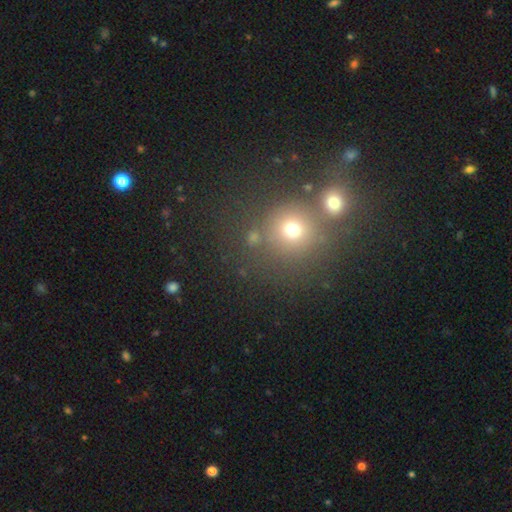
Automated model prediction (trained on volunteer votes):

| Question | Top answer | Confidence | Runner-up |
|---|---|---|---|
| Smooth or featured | smooth | 51% | star or artifact (38%) |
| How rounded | round | 88% | in between (11%) |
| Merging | none | 62% | merger (26%) |